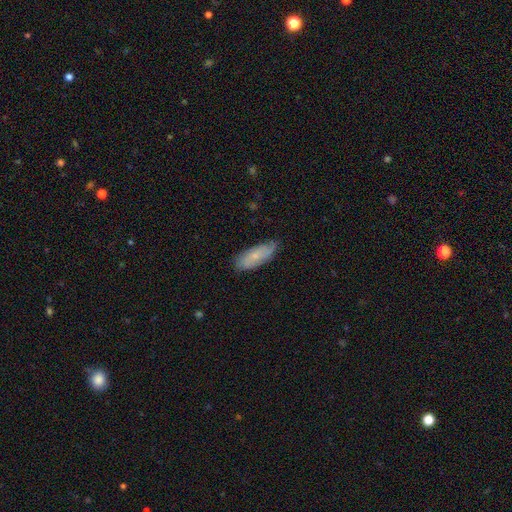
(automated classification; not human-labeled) Smooth or featured: smooth — 52% (featured or disk — 41%)
How rounded: in between — 71% (cigar-shaped — 27%)
Merging: none — 74% (minor disturbance — 21%)